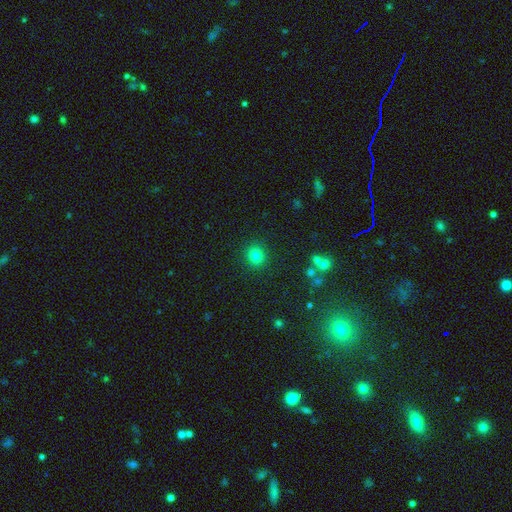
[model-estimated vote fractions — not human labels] Smooth or featured? Predicted: smooth (p=0.81). How rounded? Predicted: round (p=0.85). Merging? Predicted: none (p=0.90).